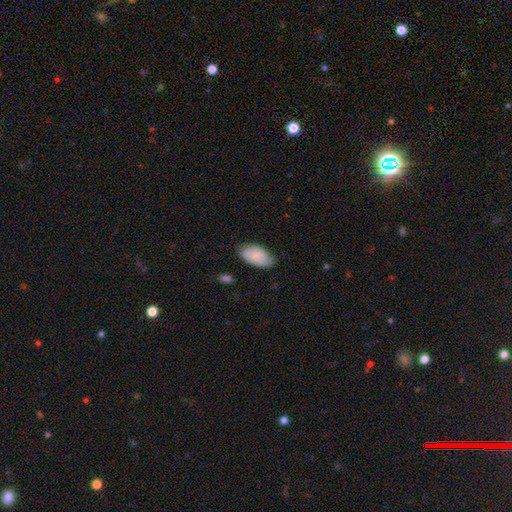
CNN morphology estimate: Overall: smooth (80%). How rounded: in between (95%). Merging: none (71%).